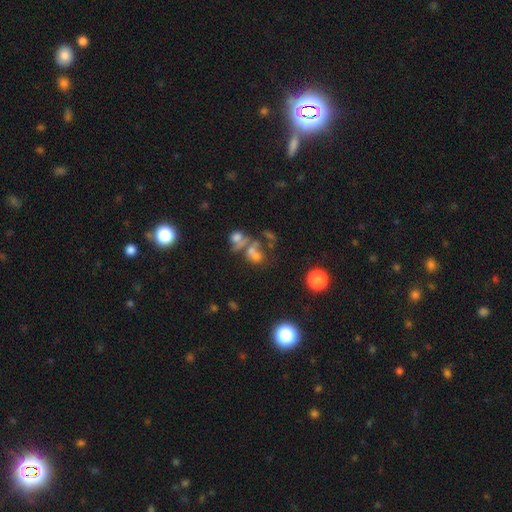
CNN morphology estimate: This is possibly a smooth galaxy (46%). Merging: possibly merger (49%).